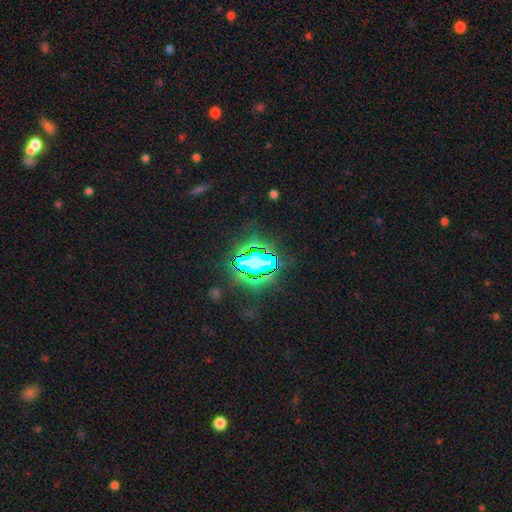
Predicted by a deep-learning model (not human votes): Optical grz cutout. It shows a star or artifact, not a galaxy (82%).